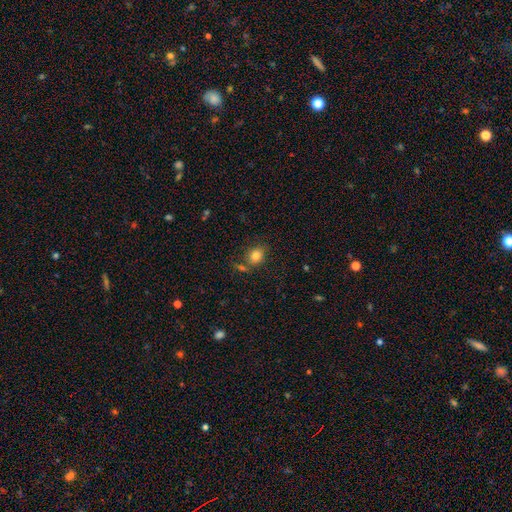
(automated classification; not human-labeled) Morphology: type=smooth (81%); roundness=round (55%); merging=none (67%).